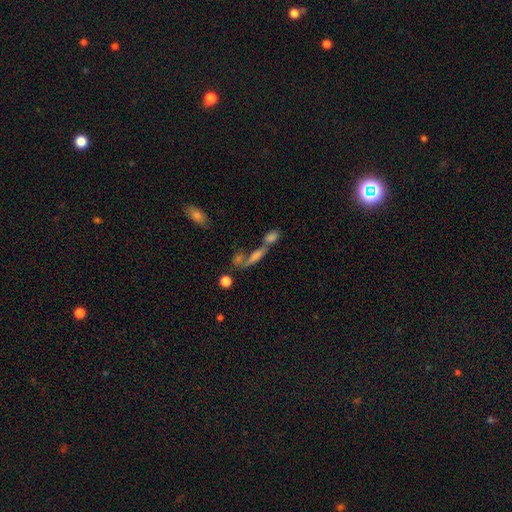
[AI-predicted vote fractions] The model was most divided on "smooth or featured": smooth: 34%, featured or disk: 33%, star or artifact: 32%. Remaining: merging — none (40%).